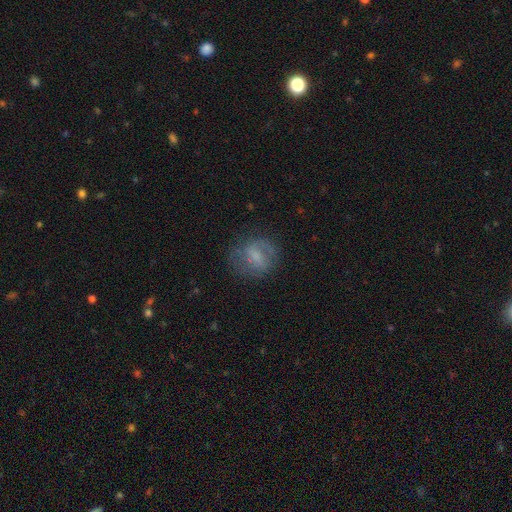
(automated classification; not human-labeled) Smooth or featured? Predicted: smooth (p=0.48). Merging? Predicted: none (p=0.64).